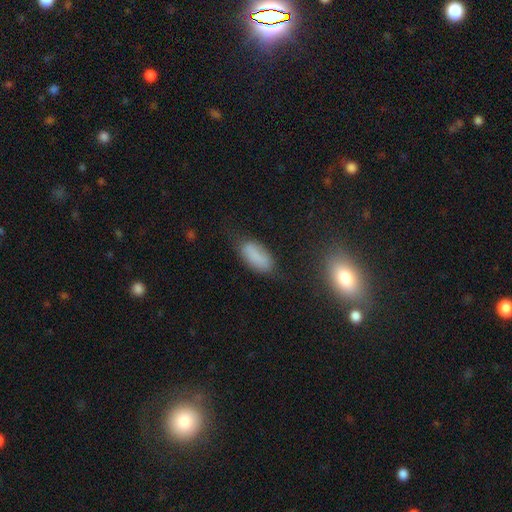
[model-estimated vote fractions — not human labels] Smooth or featured? Predicted: smooth (p=0.81). How rounded? Predicted: in between (p=0.86). Merging? Predicted: none (p=0.66).